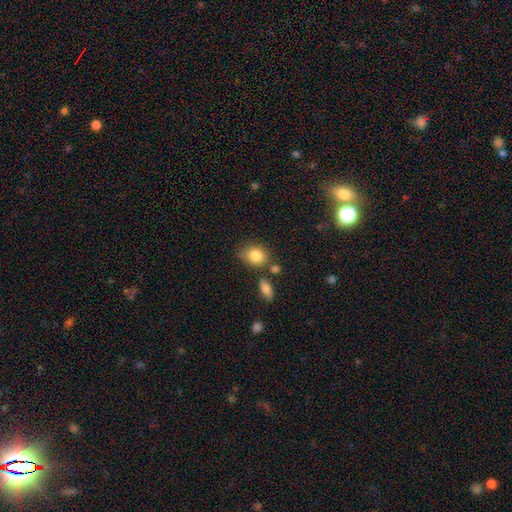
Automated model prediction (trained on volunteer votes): Q: Smooth or featured?
A: smooth (84%); runner-up: star or artifact (9%)
Q: How rounded?
A: round (51%); runner-up: in between (47%)
Q: Merging?
A: none (62%); runner-up: minor disturbance (20%)